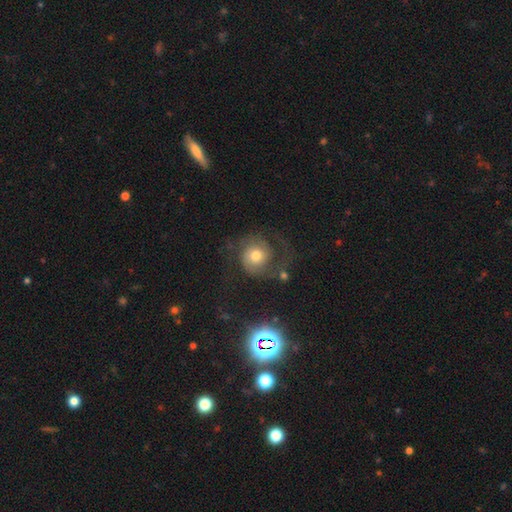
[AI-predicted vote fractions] Morphology: type=featured or disk (63%); edge-on=no (97%); bar=no (78%); spiral arms=yes (87%); winding=medium (42%); arm count=2 (67%); bulge=moderate (68%); merging=none (52%).